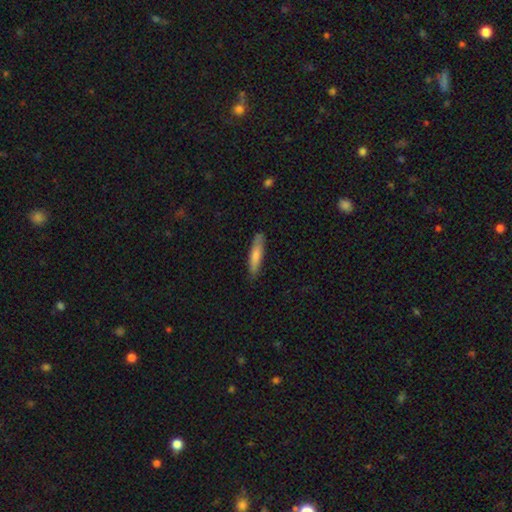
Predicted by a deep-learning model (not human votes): Smooth or featured? Predicted: smooth (p=0.75). How rounded? Predicted: cigar-shaped (p=0.81). Merging? Predicted: none (p=0.84).